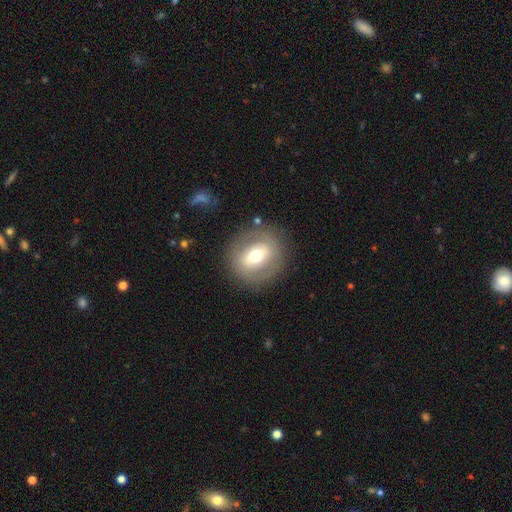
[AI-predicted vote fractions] Smooth or featured? Predicted: smooth (p=0.47). Merging? Predicted: none (p=0.82).